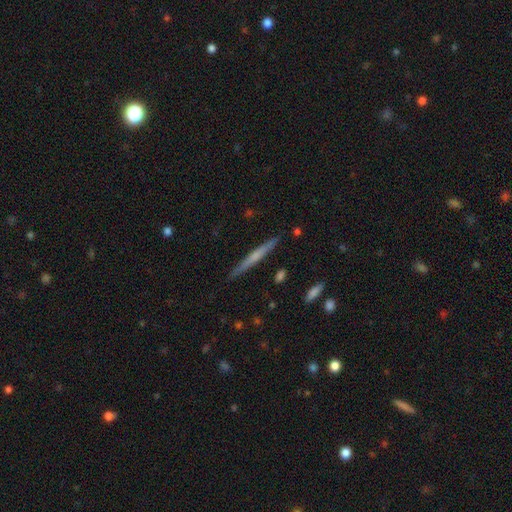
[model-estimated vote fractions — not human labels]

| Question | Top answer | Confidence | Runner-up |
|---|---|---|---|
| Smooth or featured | featured or disk | 54% | smooth (40%) |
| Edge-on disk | yes | 97% | no (3%) |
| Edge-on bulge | none | 57% | rounded (34%) |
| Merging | none | 90% | minor disturbance (8%) |